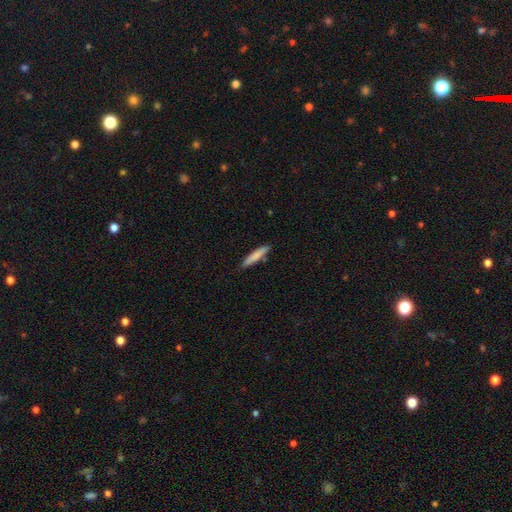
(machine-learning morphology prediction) A smooth galaxy with no disk features (79%) that is cigar-shaped (89%).

Vote fractions:
- Smooth or featured? smooth: 79% / featured or disk: 15% / star or artifact: 6%
- How rounded? cigar-shaped: 89% / in between: 10% / round: 1%
- Merging? none: 84% / minor disturbance: 11% / merger: 3% / major disturbance: 2%